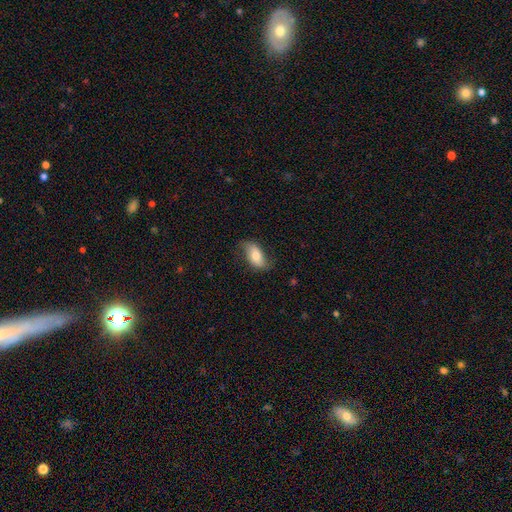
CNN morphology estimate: smooth_or_featured: smooth (p=0.61) [alt: featured or disk p=0.32]
how_rounded: in between (p=0.90) [alt: cigar-shaped p=0.06]
merging: none (p=0.69) [alt: minor disturbance p=0.23]